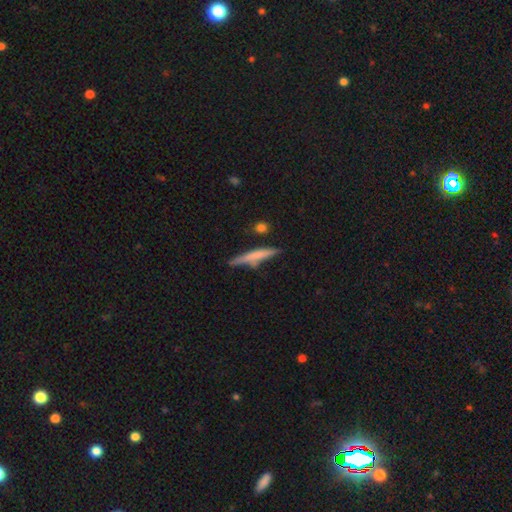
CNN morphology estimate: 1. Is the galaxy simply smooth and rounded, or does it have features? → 58% smooth, 35% featured or disk, 6% star or artifact.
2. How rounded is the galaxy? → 93% cigar-shaped, 5% in between, 2% round.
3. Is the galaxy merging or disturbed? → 72% none, 16% minor disturbance, 8% merger, 4% major disturbance.